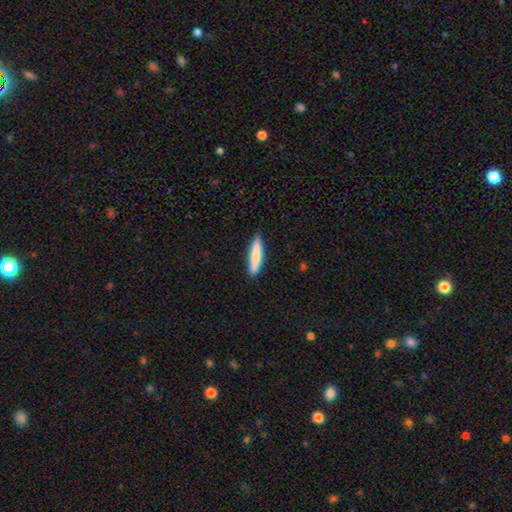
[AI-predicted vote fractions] Overall: smooth (80%). How rounded: cigar-shaped (85%). Merging: none (89%).